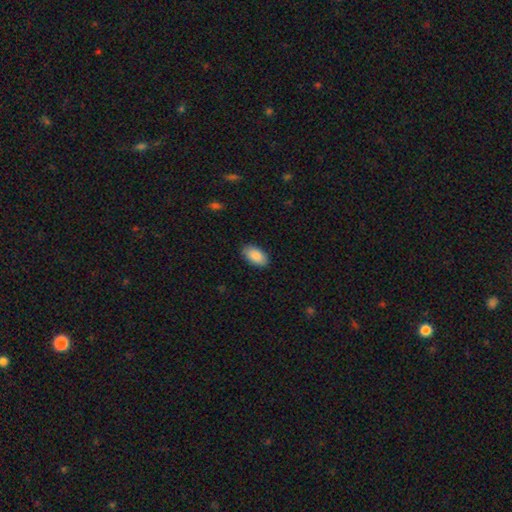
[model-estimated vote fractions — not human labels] Smooth or featured: smooth — 89% (star or artifact — 6%)
How rounded: in between — 95% (round — 3%)
Merging: none — 88% (minor disturbance — 9%)